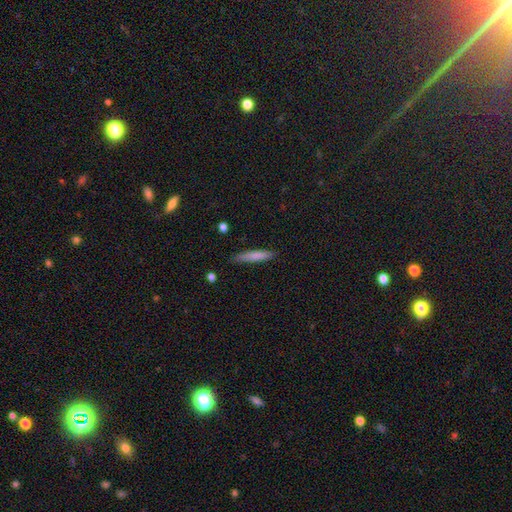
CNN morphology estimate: smooth 76%, featured or disk 17%, star or artifact 6%. Down the decision tree: how rounded — cigar-shaped (92%); merging — none (83%).